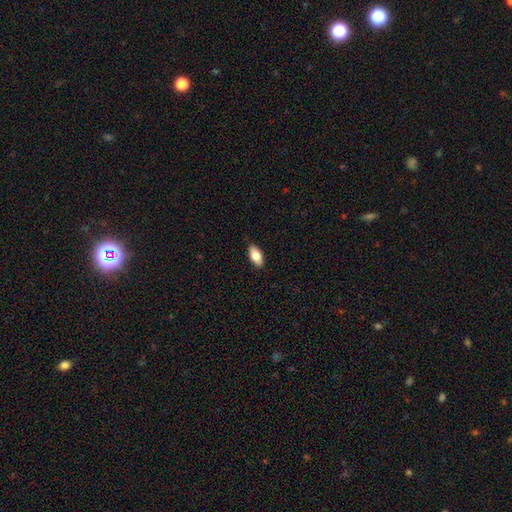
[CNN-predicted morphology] Smooth or featured? Predicted: smooth (p=0.81). How rounded? Predicted: in between (p=0.90). Merging? Predicted: none (p=0.89).